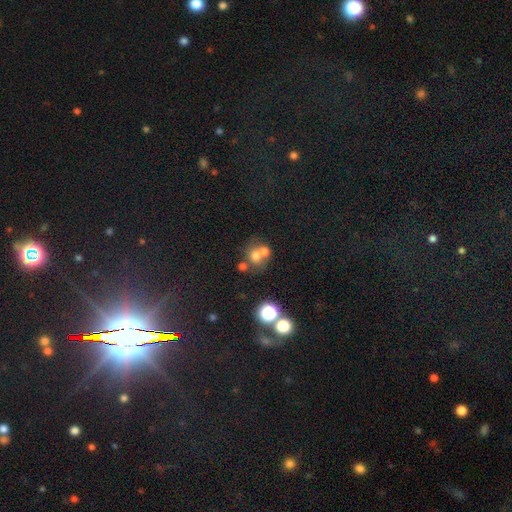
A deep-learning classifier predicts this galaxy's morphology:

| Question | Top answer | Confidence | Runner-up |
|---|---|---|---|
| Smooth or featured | smooth | 65% | featured or disk (18%) |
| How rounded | round | 75% | in between (24%) |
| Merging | merger | 52% | none (35%) |